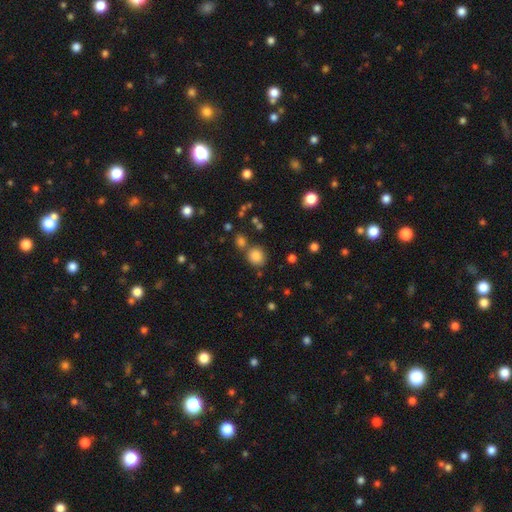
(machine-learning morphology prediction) type=smooth (84%); roundness=round (83%); merging=none (72%).